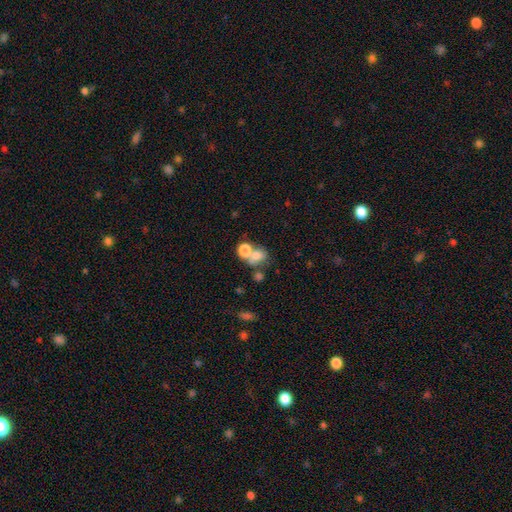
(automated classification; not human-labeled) The model was most divided on "how rounded": round: 54%, in between: 45%, cigar-shaped: 1%. Remaining: smooth or featured — smooth (72%); merging — merger (48%).